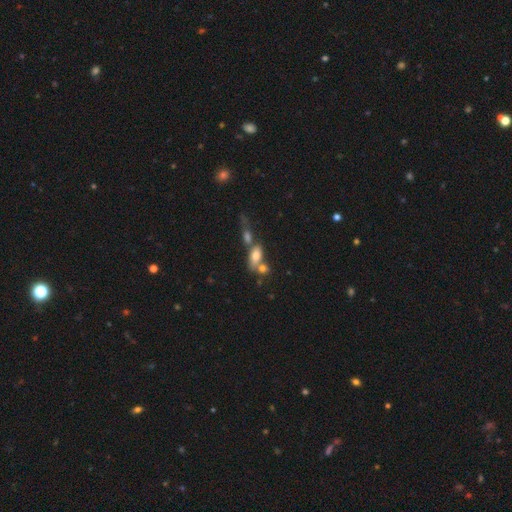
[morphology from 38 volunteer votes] This is likely a smooth galaxy (71%). How rounded: clearly in between (93%). Merging: marginally none (38%).